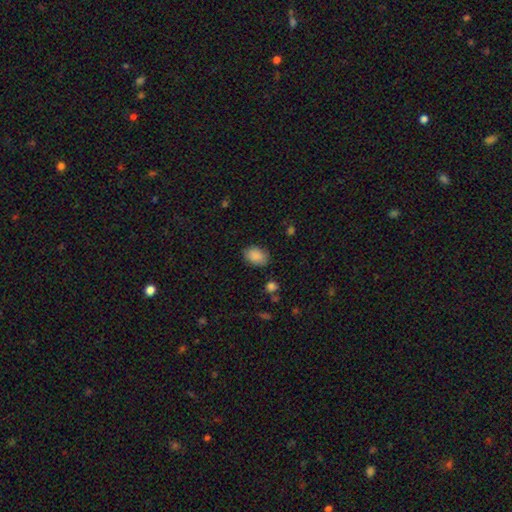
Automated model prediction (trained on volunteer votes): A smooth galaxy with no disk features (88%) that is in between round and cigar-shaped (80%).

Vote fractions:
- Smooth or featured? smooth: 88% / star or artifact: 8% / featured or disk: 4%
- How rounded? in between: 80% / round: 19% / cigar-shaped: 1%
- Merging? none: 81% / minor disturbance: 14% / major disturbance: 3% / merger: 2%